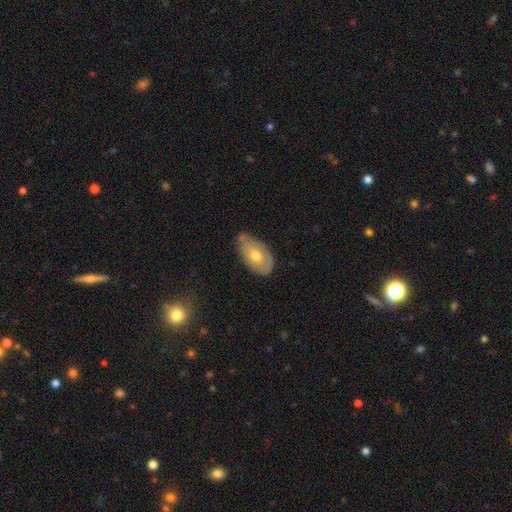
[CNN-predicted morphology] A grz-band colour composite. It shows a smooth galaxy with no disk features (60%) that is in between round and cigar-shaped (92%). Merging: none (54%).